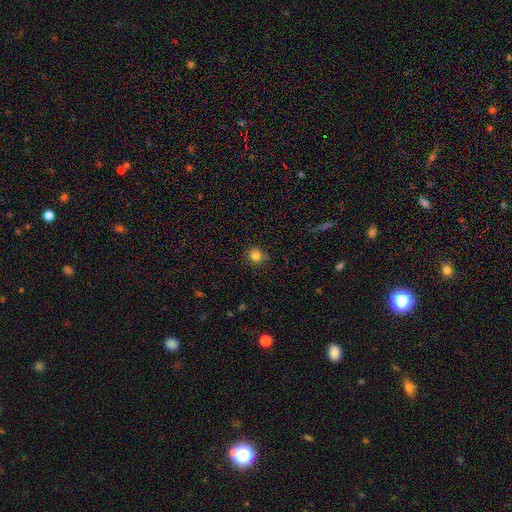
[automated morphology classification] A smooth galaxy with no disk features (83%) that is round (84%). Merging: none (82%).